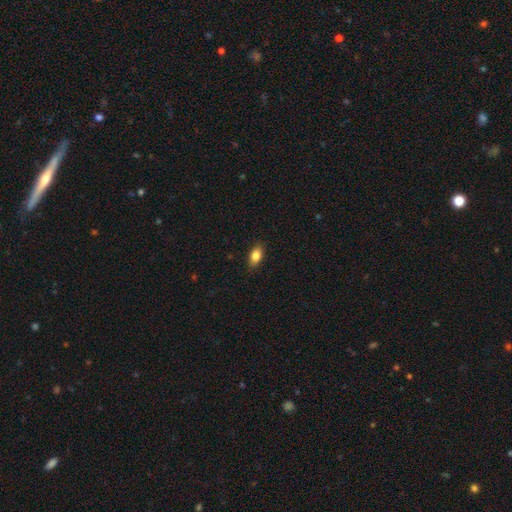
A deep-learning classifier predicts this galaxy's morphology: Q: Smooth or featured?
A: smooth (84%); runner-up: star or artifact (8%)
Q: How rounded?
A: in between (88%); runner-up: round (7%)
Q: Merging?
A: none (88%); runner-up: minor disturbance (9%)